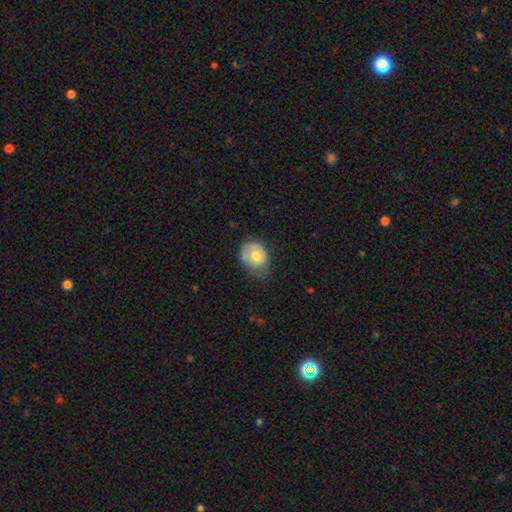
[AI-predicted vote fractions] Smooth or featured?
  - smooth: 64% *
  - featured or disk: 28%
  - star or artifact: 7%
How rounded?
  - round: 52% *
  - in between: 47%
  - cigar-shaped: 1%
Merging?
  - none: 50% *
  - minor disturbance: 36%
  - major disturbance: 13%
  - merger: 2%